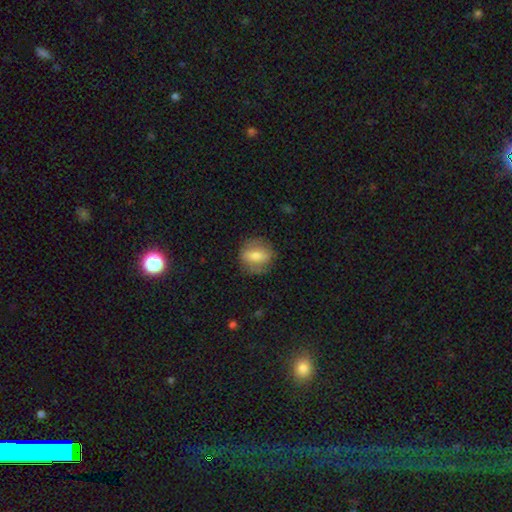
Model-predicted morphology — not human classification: Smooth or featured? smooth (60%)
How rounded? round (59%)
Merging? none (75%)